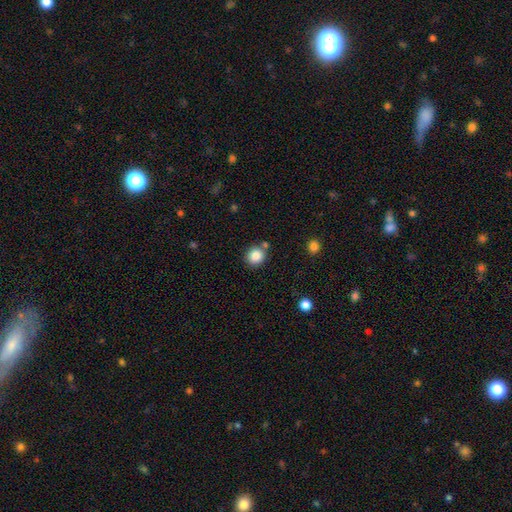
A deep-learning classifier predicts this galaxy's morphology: smooth 85%, star or artifact 10%, featured or disk 5%. Down the decision tree: how rounded — round (87%); merging — none (79%).